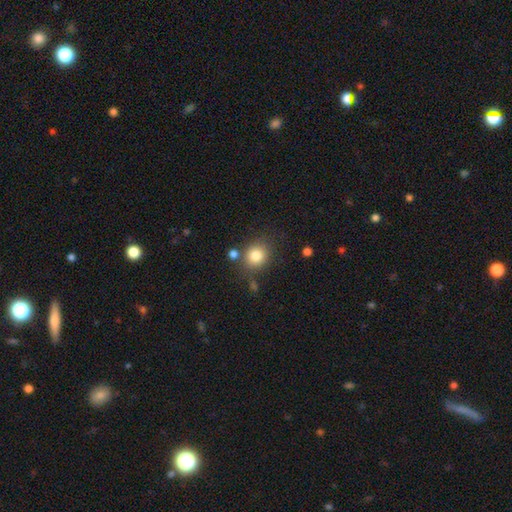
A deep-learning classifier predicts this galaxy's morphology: A smooth galaxy with no disk features (81%) that is round (74%). Merging: none (75%).